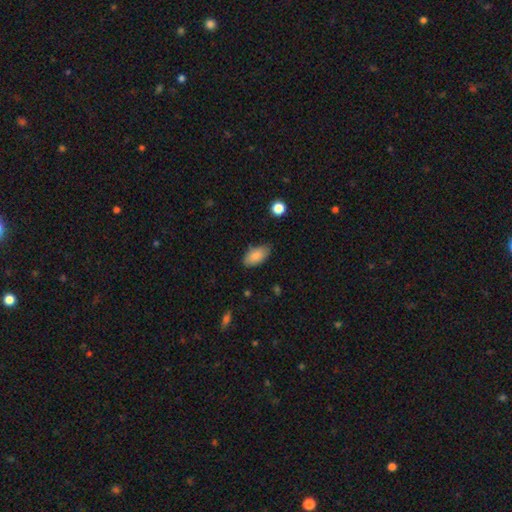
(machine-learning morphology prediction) smooth-or-featured: smooth: 86% | featured or disk: 8% | star or artifact: 7%
  how-rounded: in between: 92% | cigar-shaped: 5% | round: 3%
  merging: none: 77% | minor disturbance: 19% | major disturbance: 3% | merger: 1%